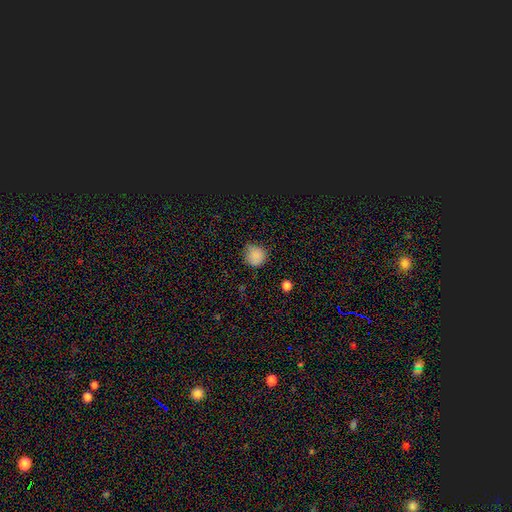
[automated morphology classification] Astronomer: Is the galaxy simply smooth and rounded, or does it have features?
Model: smooth — 84%.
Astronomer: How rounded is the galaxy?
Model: round — 87%.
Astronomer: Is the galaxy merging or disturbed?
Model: none — 66%.